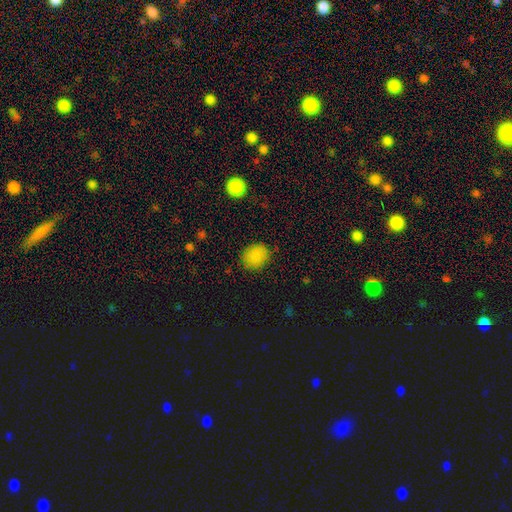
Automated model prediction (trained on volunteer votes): A smooth galaxy with no disk features (86%) that is round (59%). Merging: none (84%).